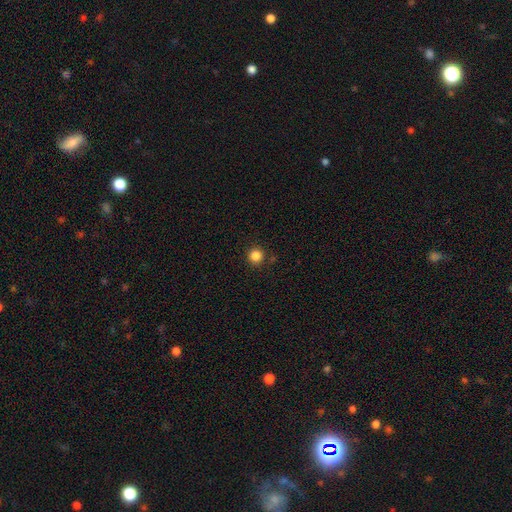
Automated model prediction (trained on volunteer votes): This appears to be a smooth galaxy with no disk features (85%) that is round (96%). Merging: none (90%).